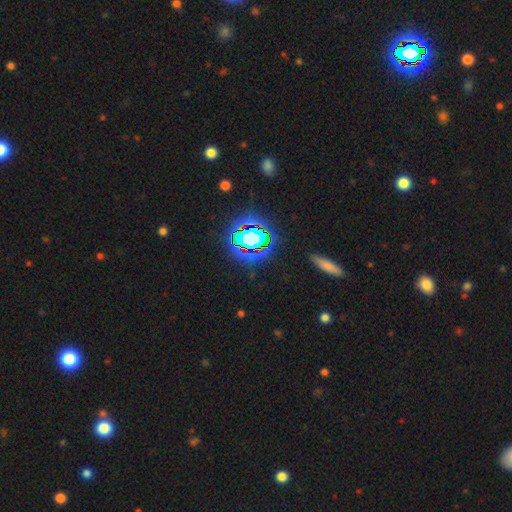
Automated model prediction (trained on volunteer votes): Smooth or featured: star or artifact — 80% (smooth — 12%)